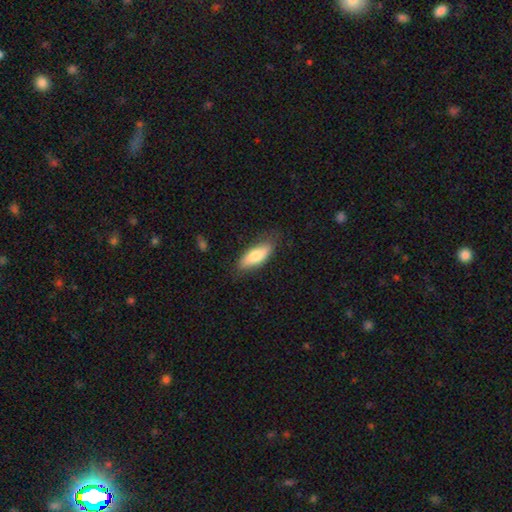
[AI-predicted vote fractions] Smooth or featured? smooth (75%)
How rounded? in between (72%)
Merging? none (75%)